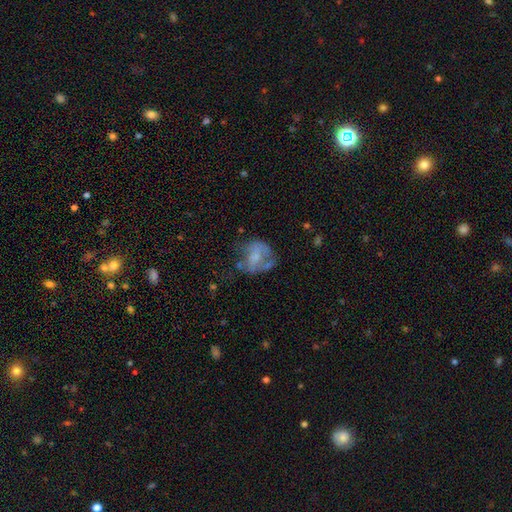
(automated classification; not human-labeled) Morphology: type=featured or disk (49%); merging=none (37%).